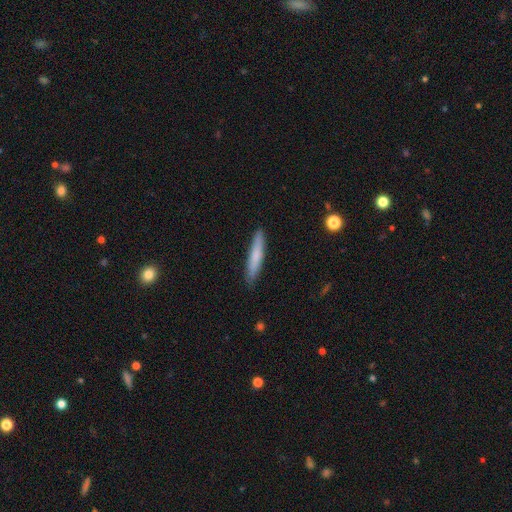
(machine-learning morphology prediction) Smooth or featured? Predicted: smooth (p=0.73). How rounded? Predicted: cigar-shaped (p=0.92). Merging? Predicted: none (p=0.89).